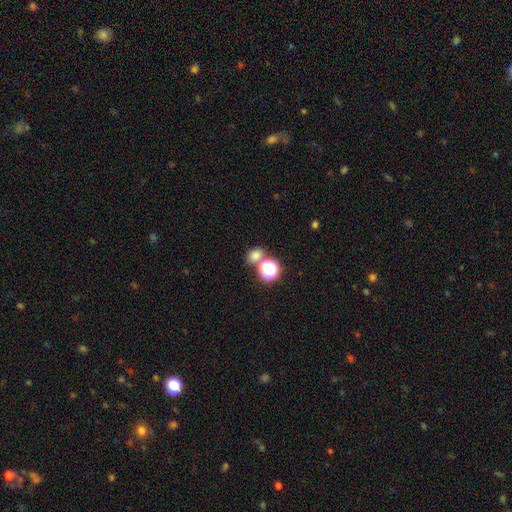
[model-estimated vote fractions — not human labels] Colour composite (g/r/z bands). It shows a smooth galaxy with no disk features (71%) that is in between round and cigar-shaped (54%). Merging: none (57%).